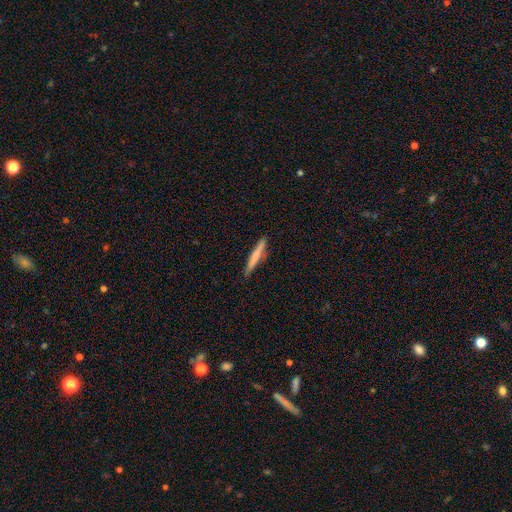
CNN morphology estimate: type=smooth (67%); roundness=cigar-shaped (95%); merging=none (88%).